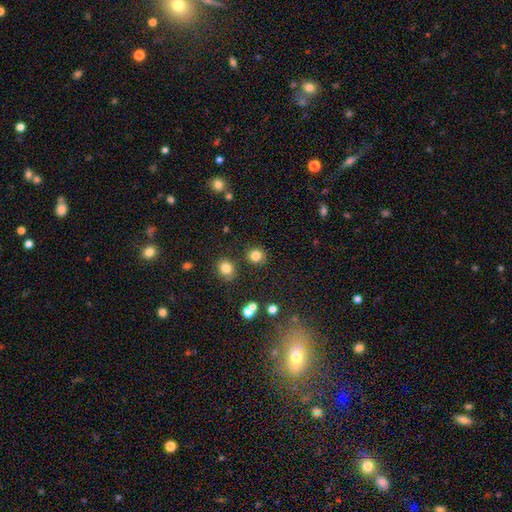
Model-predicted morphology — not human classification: Smooth or featured?
  - smooth: 82% *
  - star or artifact: 12%
  - featured or disk: 5%
How rounded?
  - round: 91% *
  - in between: 8%
  - cigar-shaped: 1%
Merging?
  - none: 87% *
  - minor disturbance: 7%
  - merger: 4%
  - major disturbance: 3%